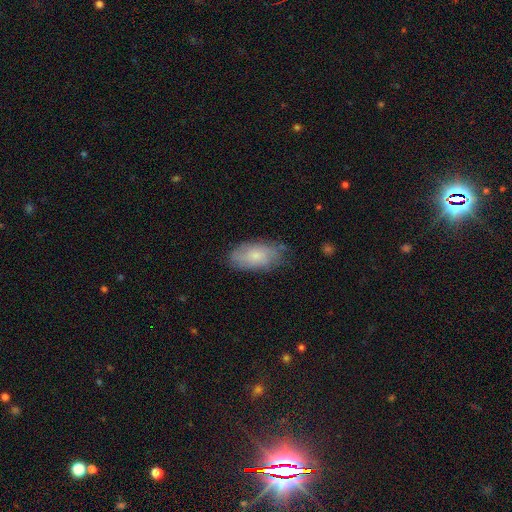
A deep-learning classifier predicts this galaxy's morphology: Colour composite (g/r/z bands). It shows a smooth galaxy with no disk features (64%) that is in between round and cigar-shaped (92%). Merging: none (70%).